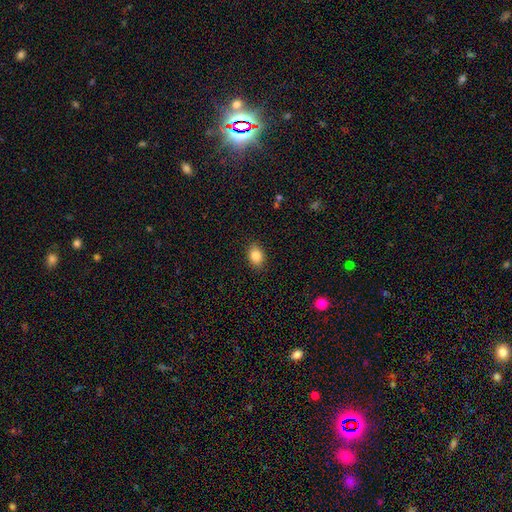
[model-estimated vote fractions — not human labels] The model was most divided on "how rounded": in between: 73%, round: 26%, cigar-shaped: 1%. More confident: merging — none (88%); smooth or featured — smooth (85%).